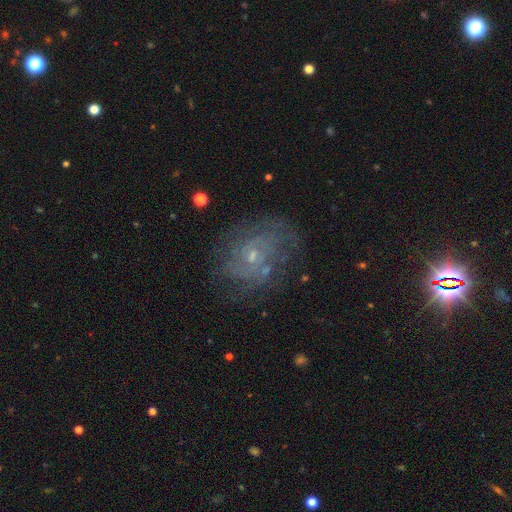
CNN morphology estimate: featured or disk 66%, star or artifact 19%, smooth 16%. Down the decision tree: edge-on disk — no (97%); bar — no (74%); spiral arms — yes (83%); spiral arm count — can't tell (47%); spiral winding — tight (46%); bulge size — small (75%); merging — none (72%).